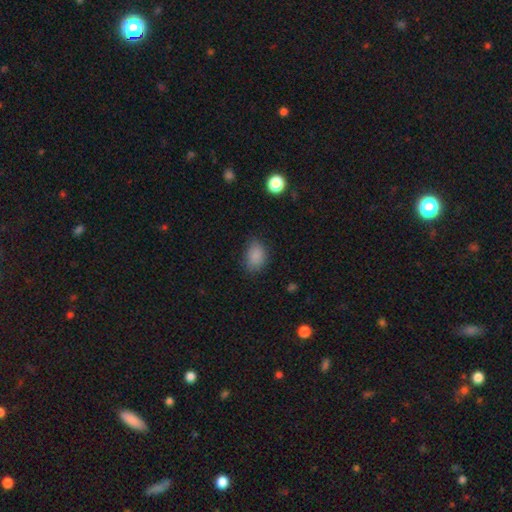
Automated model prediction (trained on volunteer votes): Q: Smooth or featured?
A: smooth (85%); runner-up: star or artifact (10%)
Q: How rounded?
A: in between (75%); runner-up: round (23%)
Q: Merging?
A: none (73%); runner-up: minor disturbance (21%)